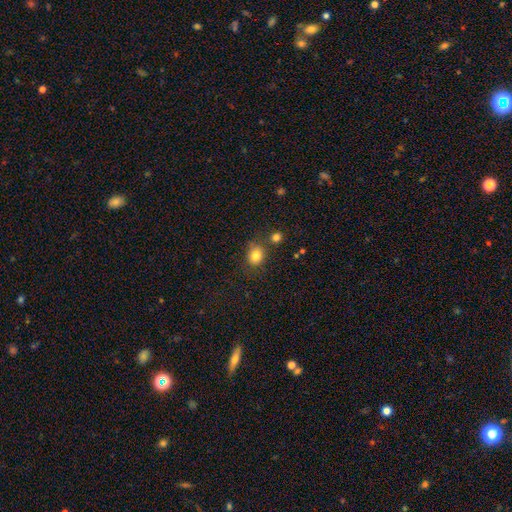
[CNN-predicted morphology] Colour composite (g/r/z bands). It shows a smooth galaxy with no disk features (83%) that is round (63%). Merging: none (69%).